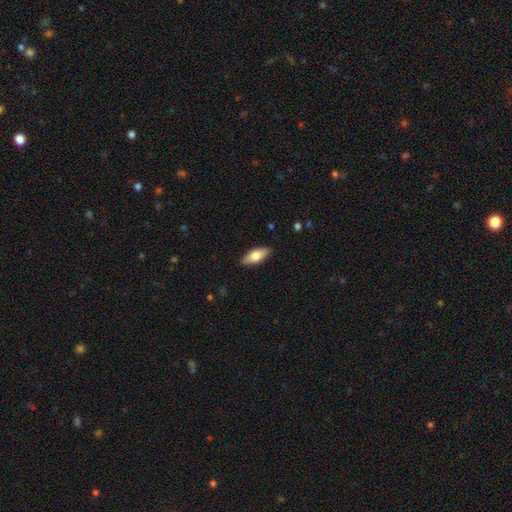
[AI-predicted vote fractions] Smooth or featured? smooth (71%)
How rounded? in between (81%)
Merging? none (88%)